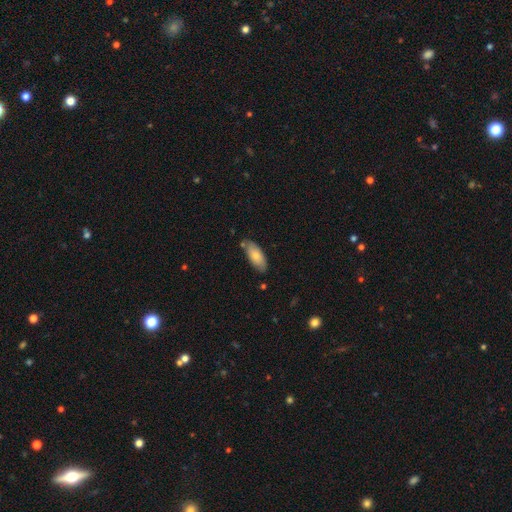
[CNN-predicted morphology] type=smooth (75%); roundness=in between (84%); merging=none (74%).